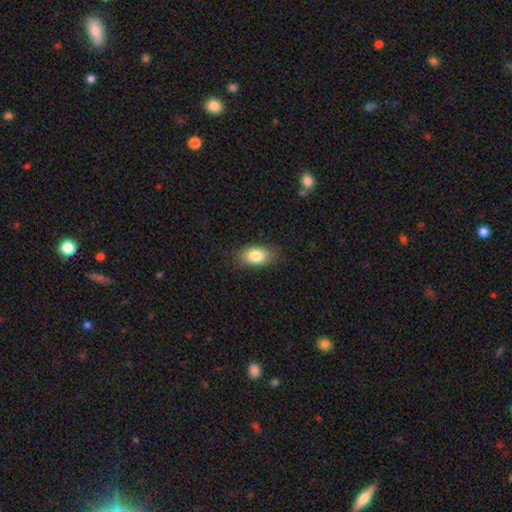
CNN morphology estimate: smooth 82%, featured or disk 10%, star or artifact 8%. Down the decision tree: how rounded — in between (88%); merging — none (83%).